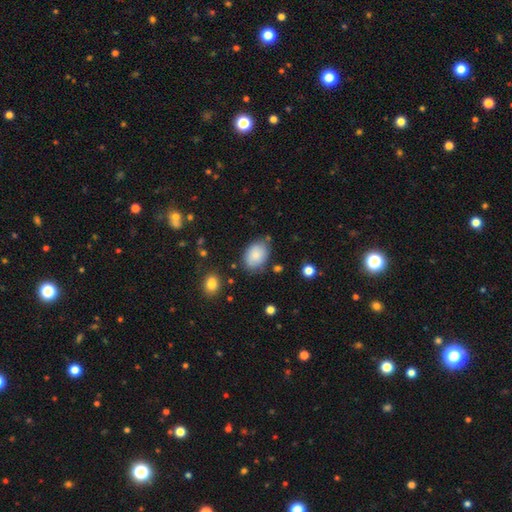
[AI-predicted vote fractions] Overall: smooth (85%). How rounded: in between (79%). Merging: none (74%).